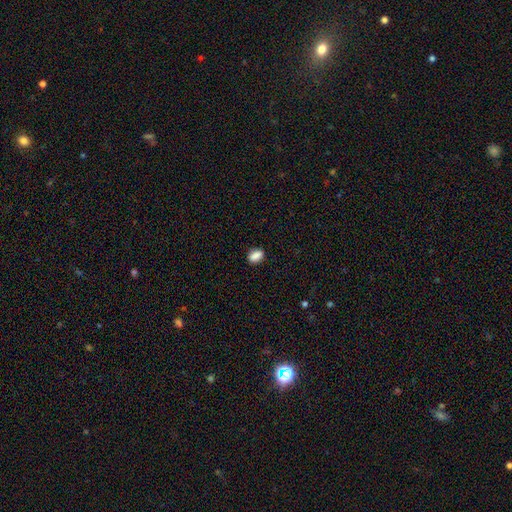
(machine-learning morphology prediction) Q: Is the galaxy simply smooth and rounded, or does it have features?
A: smooth — 86%.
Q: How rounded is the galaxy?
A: in between — 78%.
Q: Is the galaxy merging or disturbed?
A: none — 86%.